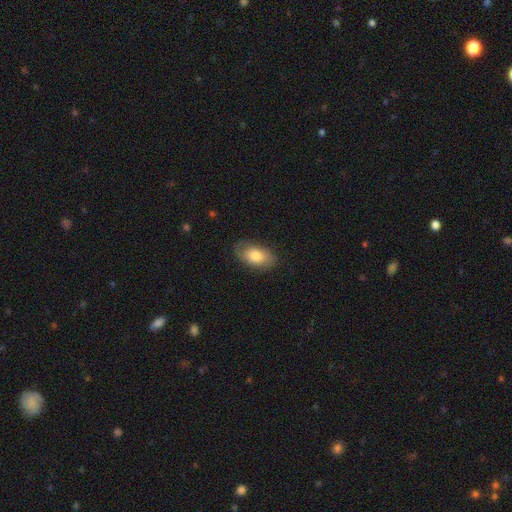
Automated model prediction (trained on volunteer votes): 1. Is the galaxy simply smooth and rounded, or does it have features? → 74% smooth, 19% featured or disk, 7% star or artifact.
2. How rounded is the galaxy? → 92% in between, 6% round, 2% cigar-shaped.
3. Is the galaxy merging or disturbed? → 77% none, 18% minor disturbance, 4% major disturbance, 1% merger.